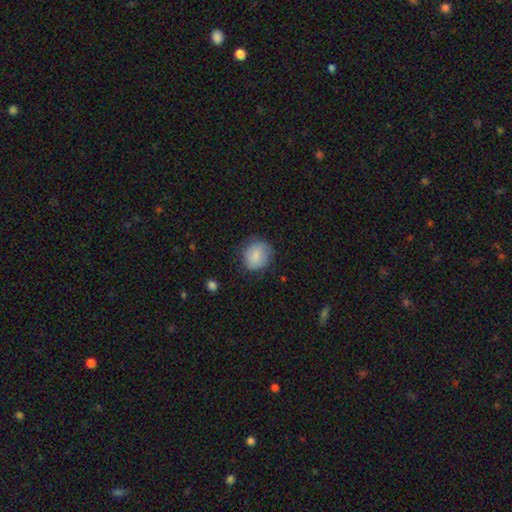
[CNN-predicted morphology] smooth 82%, featured or disk 10%, star or artifact 7%. Down the decision tree: how rounded — round (71%); merging — none (74%).